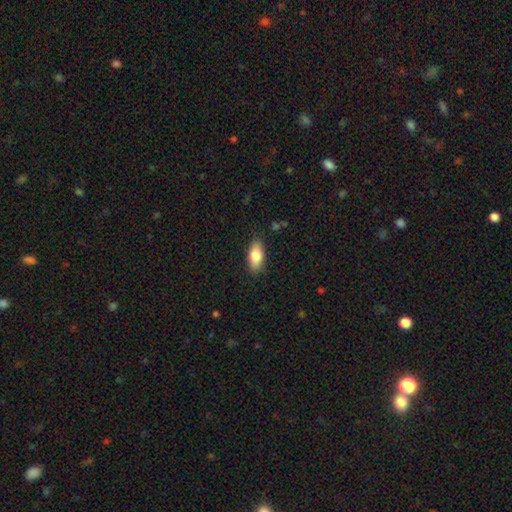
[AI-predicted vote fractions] Overall: smooth (78%). How rounded: in between (84%). Merging: none (86%).